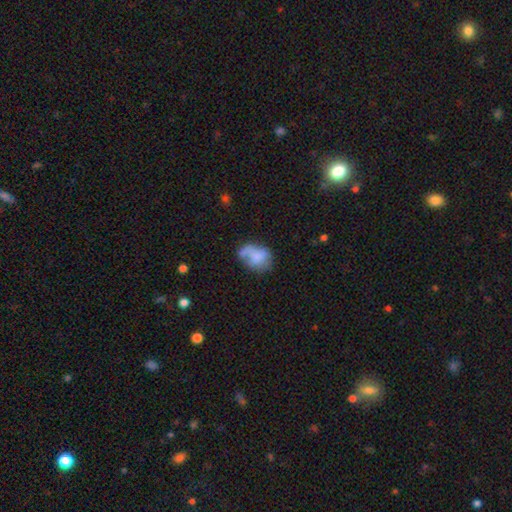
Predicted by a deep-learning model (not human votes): smooth 58%, featured or disk 33%, star or artifact 9%. Down the decision tree: how rounded — in between (67%); merging — none (34%).